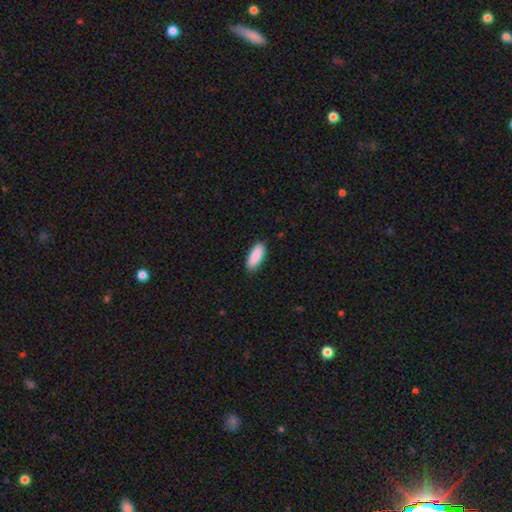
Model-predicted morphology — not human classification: Overall: smooth (90%). How rounded: in between (69%; cigar-shaped 29%). Merging: none (88%).